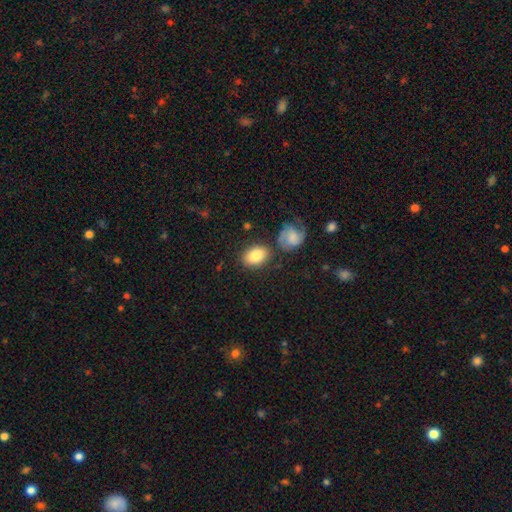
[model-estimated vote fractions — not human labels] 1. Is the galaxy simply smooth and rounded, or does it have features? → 84% smooth, 9% featured or disk, 7% star or artifact.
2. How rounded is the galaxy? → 79% in between, 20% round, 1% cigar-shaped.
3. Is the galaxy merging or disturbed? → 73% none, 13% minor disturbance, 10% merger, 4% major disturbance.